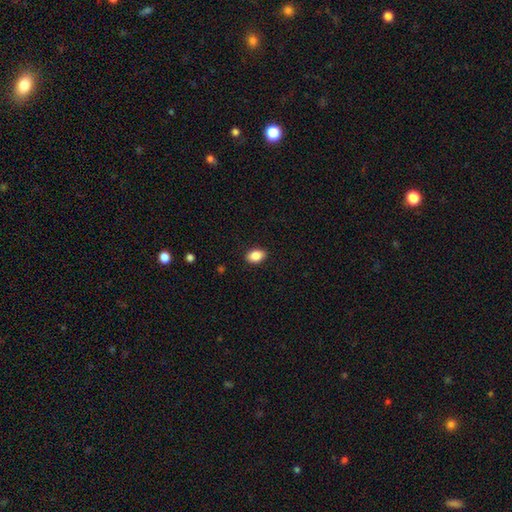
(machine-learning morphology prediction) type=smooth (87%); roundness=in between (85%); merging=none (89%).